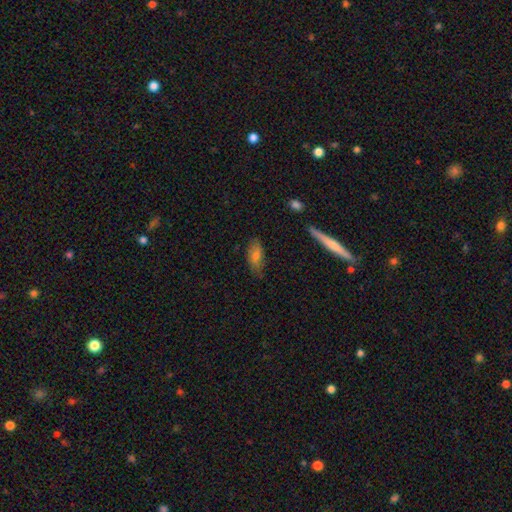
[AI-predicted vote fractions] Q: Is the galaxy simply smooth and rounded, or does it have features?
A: smooth — 60%.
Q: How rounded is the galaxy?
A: in between — 72%.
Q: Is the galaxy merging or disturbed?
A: none — 76%.